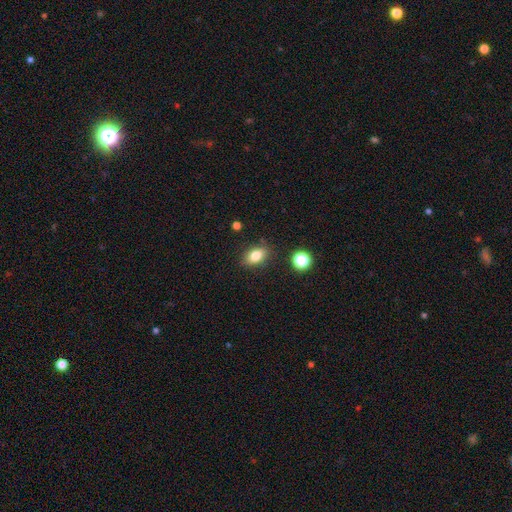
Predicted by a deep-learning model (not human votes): smooth-or-featured: smooth: 81% | featured or disk: 10% | star or artifact: 9%
  how-rounded: in between: 83% | round: 14% | cigar-shaped: 3%
  merging: none: 84% | minor disturbance: 11% | merger: 3% | major disturbance: 3%